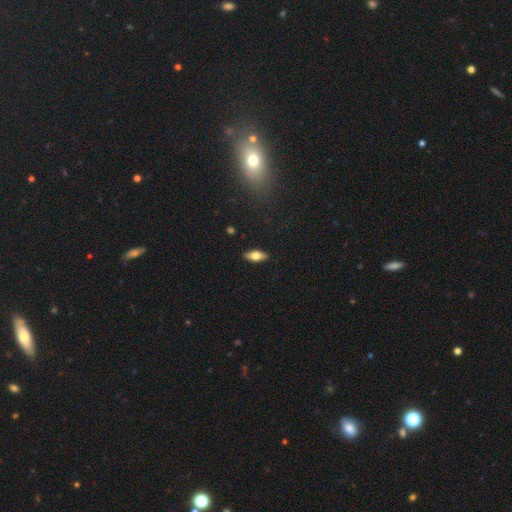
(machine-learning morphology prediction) A smooth galaxy with no disk features (59%) that is in between round and cigar-shaped (77%). Merging: none (89%).